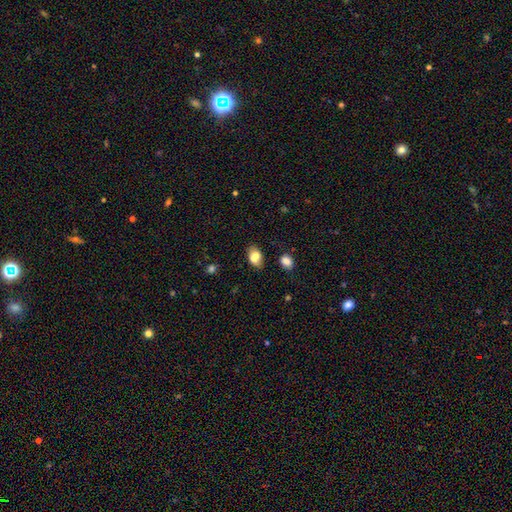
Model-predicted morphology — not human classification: Smooth or featured? smooth (77%)
How rounded? in between (83%)
Merging? none (55%)